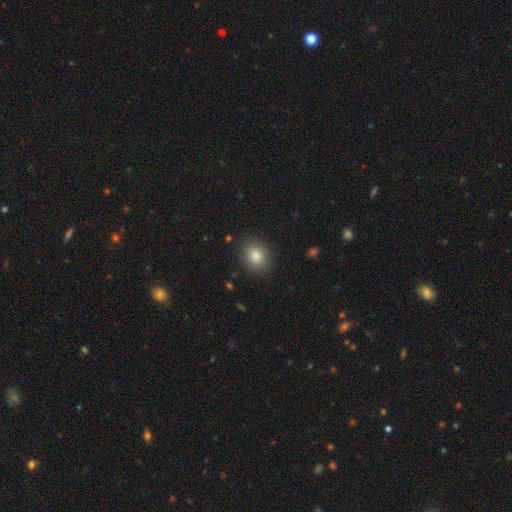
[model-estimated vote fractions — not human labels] Smooth or featured? smooth (83%)
How rounded? round (64%)
Merging? none (88%)